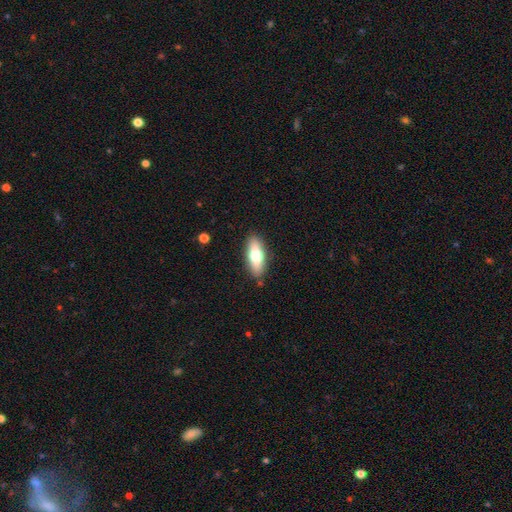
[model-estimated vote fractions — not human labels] Morphology: type=smooth (67%); roundness=in between (69%); merging=none (86%).